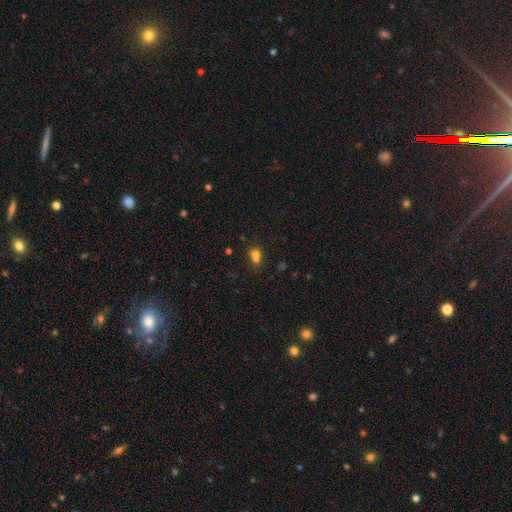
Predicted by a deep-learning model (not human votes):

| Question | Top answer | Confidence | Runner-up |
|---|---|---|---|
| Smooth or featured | smooth | 69% | star or artifact (18%) |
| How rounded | round | 68% | in between (30%) |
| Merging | merger | 54% | none (35%) |